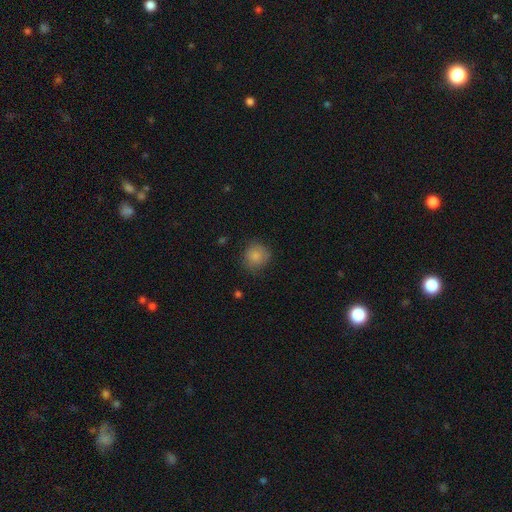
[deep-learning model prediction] The model was most divided on "merging": none: 76%, minor disturbance: 18%, major disturbance: 5%, merger: 1%. More confident: how rounded — round (90%); smooth or featured — smooth (83%).